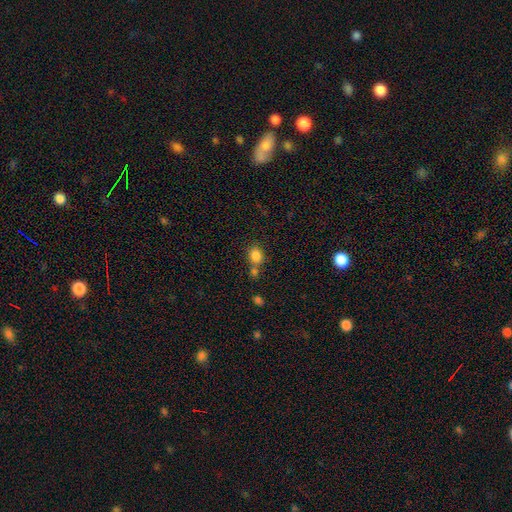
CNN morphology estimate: Smooth or featured?
  - smooth: 83% *
  - star or artifact: 11%
  - featured or disk: 6%
How rounded?
  - round: 57% *
  - in between: 42%
  - cigar-shaped: 1%
Merging?
  - none: 54% *
  - merger: 30%
  - minor disturbance: 11%
  - major disturbance: 4%